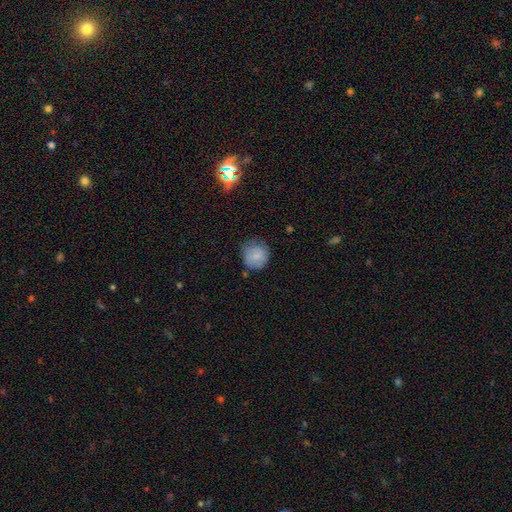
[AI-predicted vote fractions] This appears to be a smooth galaxy with no disk features (81%) that is round (89%). Merging: none (67%).